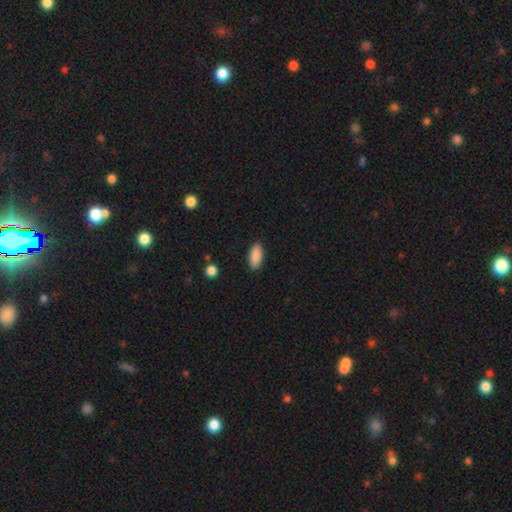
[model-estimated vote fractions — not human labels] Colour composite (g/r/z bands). It shows a smooth galaxy with no disk features (89%) that is in between round and cigar-shaped (89%). Merging: none (88%).